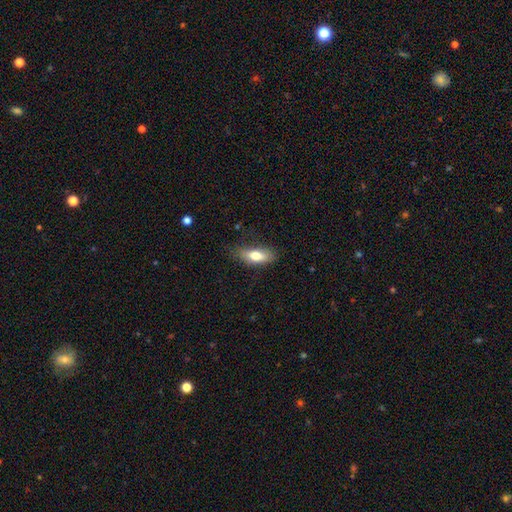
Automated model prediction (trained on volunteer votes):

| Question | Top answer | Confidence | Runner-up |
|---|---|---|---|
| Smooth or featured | smooth | 72% | featured or disk (22%) |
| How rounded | in between | 73% | cigar-shaped (24%) |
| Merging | none | 76% | minor disturbance (18%) |